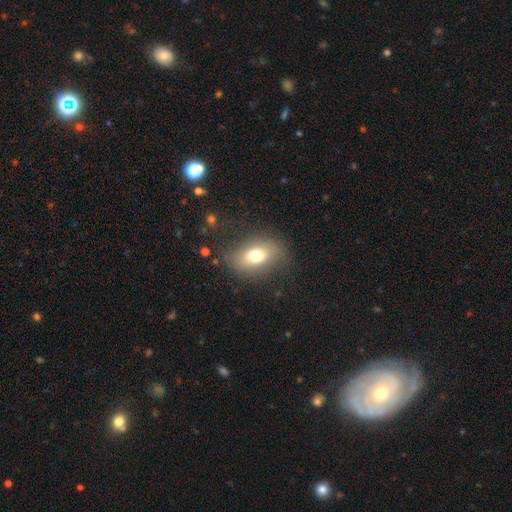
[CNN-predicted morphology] The model was most divided on "smooth or featured": smooth: 71%, featured or disk: 20%, star or artifact: 10%. More confident: how rounded — in between (81%); merging — none (73%).